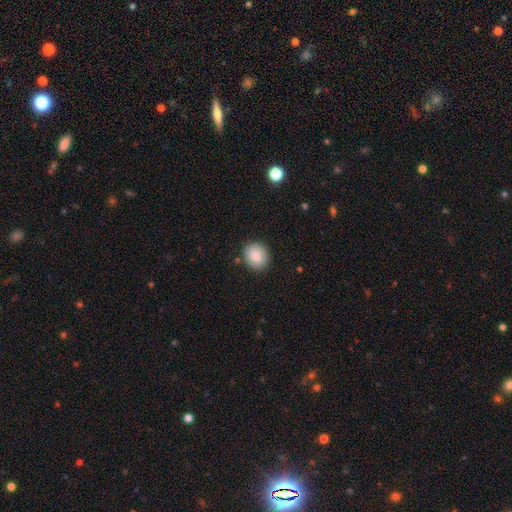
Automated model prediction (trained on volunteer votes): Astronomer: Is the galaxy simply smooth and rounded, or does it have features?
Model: smooth — 83%.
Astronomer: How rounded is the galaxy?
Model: round — 83%.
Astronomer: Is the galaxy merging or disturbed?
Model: none — 87%.